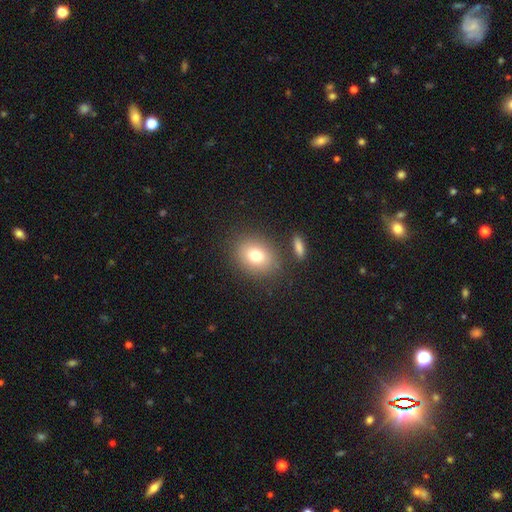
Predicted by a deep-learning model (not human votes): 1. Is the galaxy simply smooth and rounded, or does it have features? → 76% smooth, 12% featured or disk, 12% star or artifact.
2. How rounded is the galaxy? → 53% round, 46% in between, 1% cigar-shaped.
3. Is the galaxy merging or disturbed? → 82% none, 9% minor disturbance, 5% merger, 4% major disturbance.